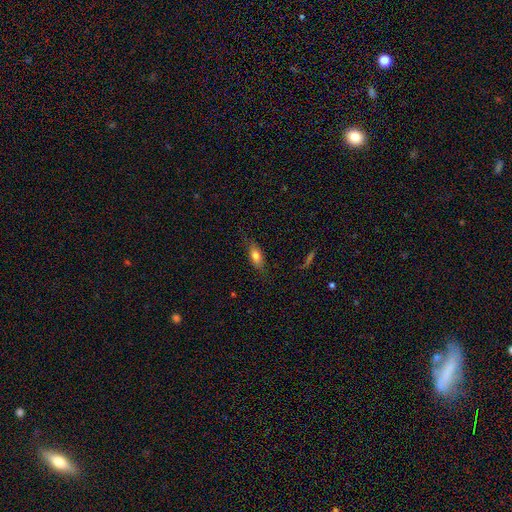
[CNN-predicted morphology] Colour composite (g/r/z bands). It shows a smooth galaxy with no disk features (73%) that is in between round and cigar-shaped (76%). Merging: none (74%).